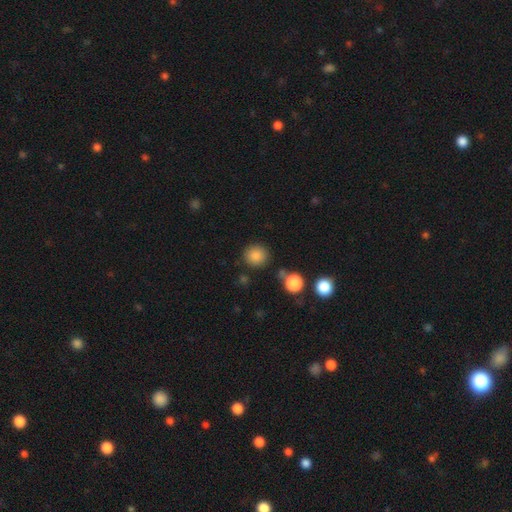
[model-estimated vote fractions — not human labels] Morphology: type=smooth (85%); roundness=round (89%); merging=none (84%).